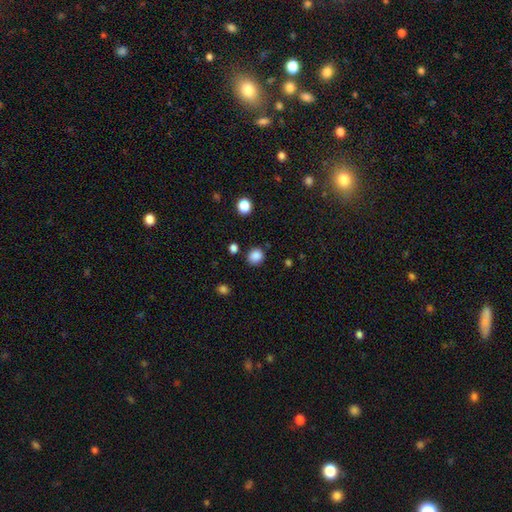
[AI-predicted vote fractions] This appears to be a smooth galaxy with no disk features (86%) that is round (78%). Merging: none (83%).